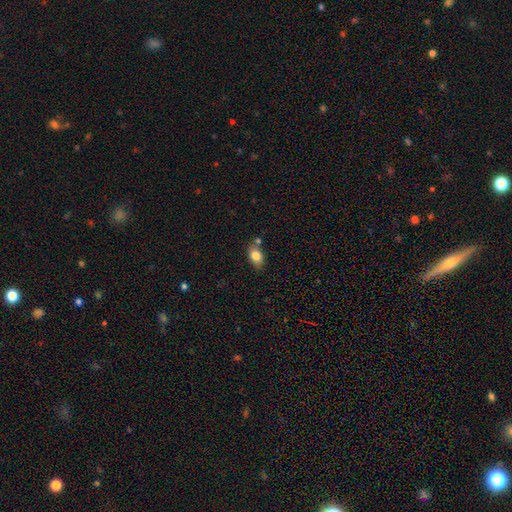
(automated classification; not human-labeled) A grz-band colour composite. It shows a smooth galaxy with no disk features (82%) that is in between round and cigar-shaped (83%). Merging: none (67%).